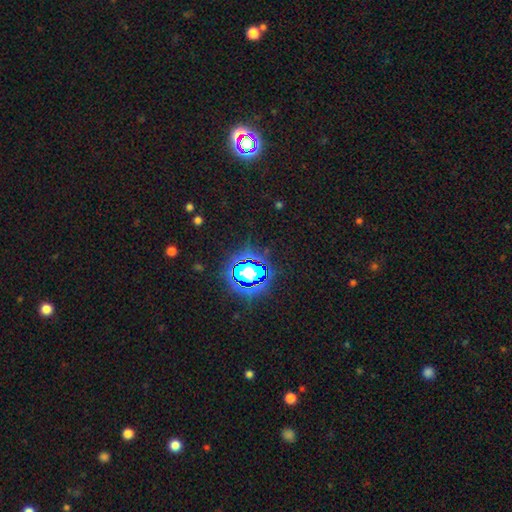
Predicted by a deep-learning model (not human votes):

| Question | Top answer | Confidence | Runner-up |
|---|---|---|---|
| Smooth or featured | star or artifact | 83% | smooth (11%) |